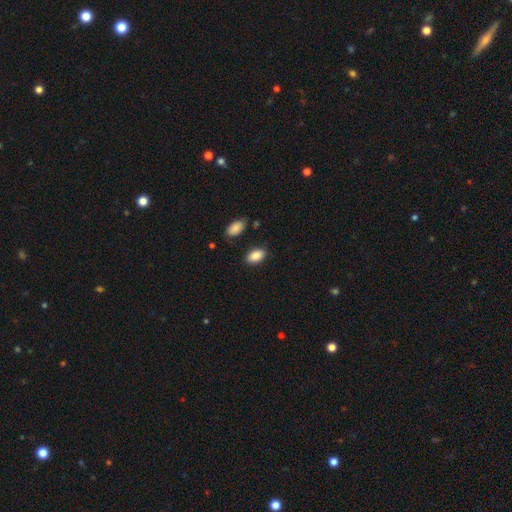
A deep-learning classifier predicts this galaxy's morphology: This is clearly a smooth galaxy (88%). How rounded: clearly in between (92%). Merging: clearly none (85%).